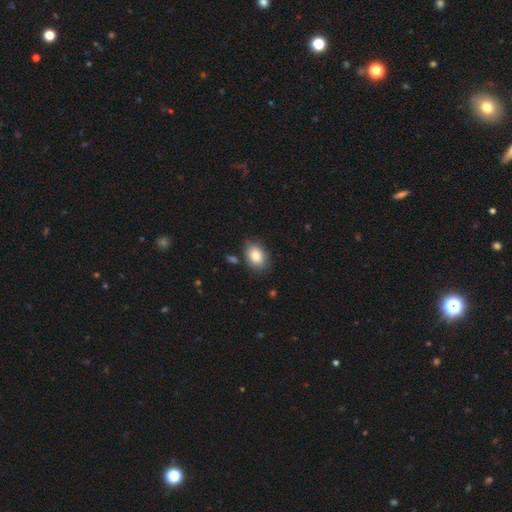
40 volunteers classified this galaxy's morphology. Q: Smooth or featured?
A: smooth (85%); runner-up: featured or disk (8%)
Q: How rounded?
A: in between (91%); runner-up: round (9%)
Q: Merging?
A: none (86%); runner-up: minor disturbance (8%)